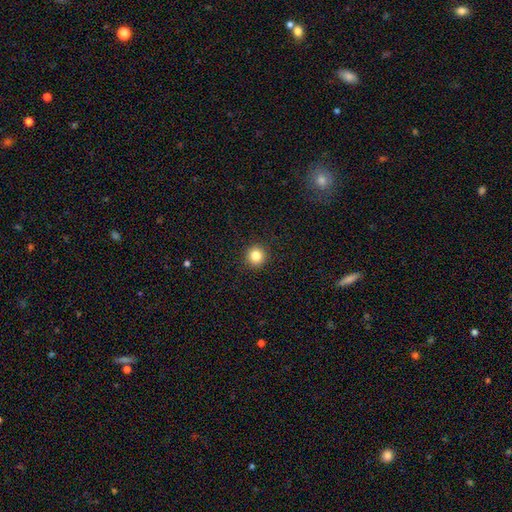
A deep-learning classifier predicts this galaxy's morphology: This appears to be a smooth galaxy with no disk features (83%) that is round (94%). Merging: none (93%).